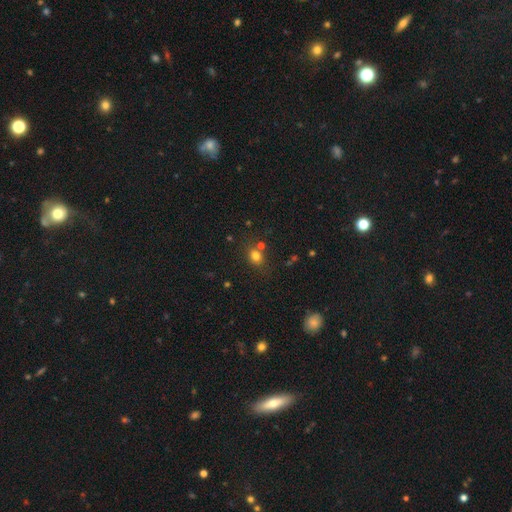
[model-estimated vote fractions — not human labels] Smooth or featured? Predicted: smooth (p=0.75). How rounded? Predicted: round (p=0.62). Merging? Predicted: none (p=0.68).